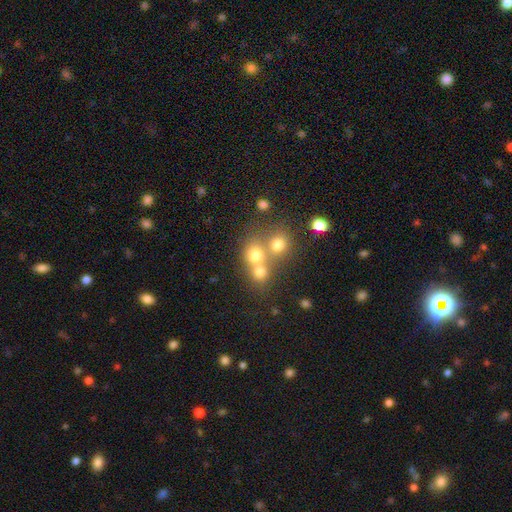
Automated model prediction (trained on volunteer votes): smooth_or_featured: smooth (p=0.70) [alt: star or artifact p=0.16]
how_rounded: round (p=0.78) [alt: in between p=0.21]
merging: merger (p=0.48) [alt: none p=0.42]